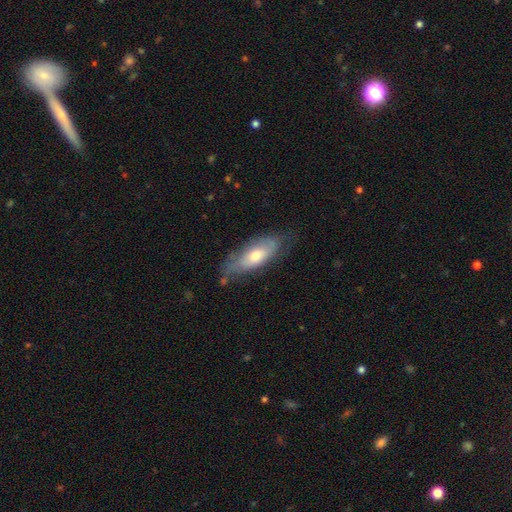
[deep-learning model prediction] This appears to be a smooth galaxy with no disk features (55%) that is in between round and cigar-shaped (71%). Merging: none (61%).